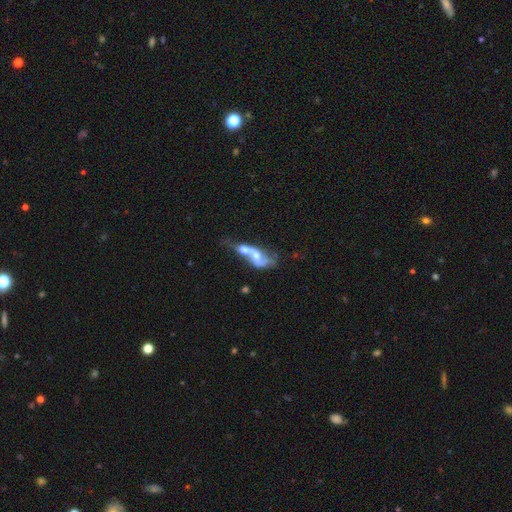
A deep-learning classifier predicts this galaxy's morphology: This is possibly a featured or disk galaxy (57%). It is clearly not viewed edge-on (88%). Bar: likely no (69%). Spiral arm pattern: possibly no (56%). Central bulge: possibly moderate (51%). Merging: likely merger (74%).